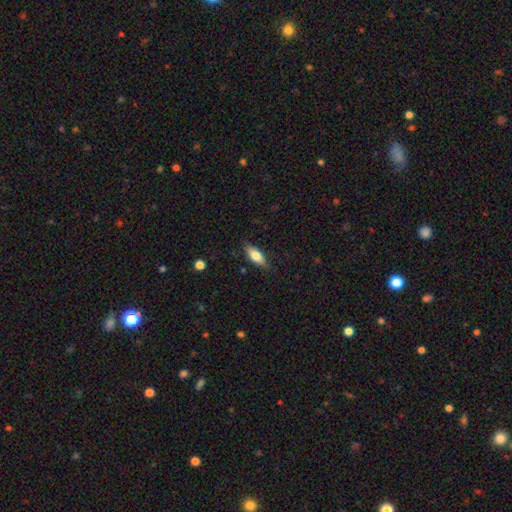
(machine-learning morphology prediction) Smooth or featured? smooth (74%)
How rounded? in between (73%)
Merging? none (82%)